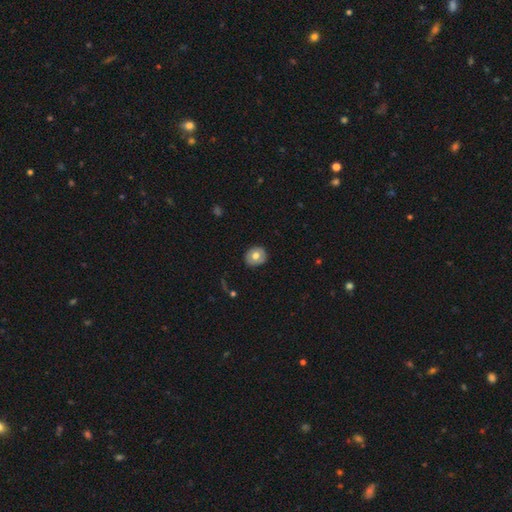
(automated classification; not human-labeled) Morphology: type=smooth (70%); roundness=round (78%); merging=none (87%).